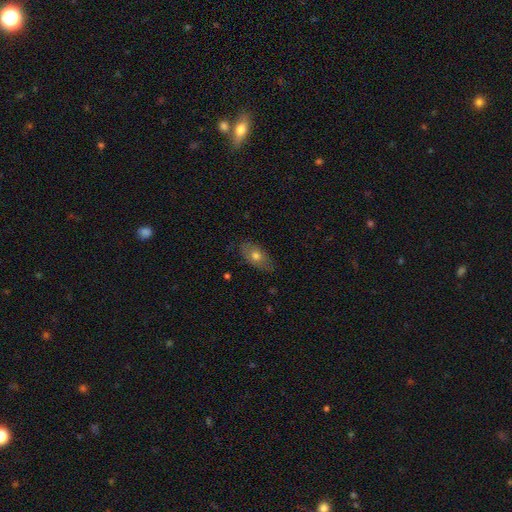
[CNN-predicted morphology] Smooth or featured: smooth — 67% (featured or disk — 26%)
How rounded: in between — 89% (round — 7%)
Merging: none — 76% (minor disturbance — 19%)